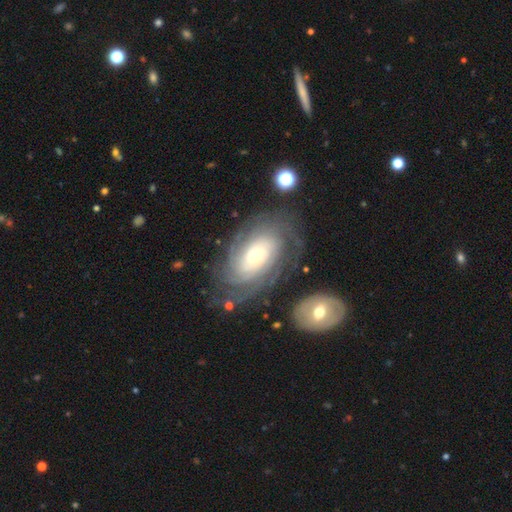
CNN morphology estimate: Smooth or featured: featured or disk — 84% (smooth — 10%)
Edge-on disk: no — 96% (yes — 4%)
Bar: no — 74% (weak — 20%)
Spiral arms: yes — 95% (no — 5%)
Spiral winding: tight — 75% (medium — 20%)
Spiral arm count: can't tell — 36% (4 — 20%)
Bulge size: small — 49% (moderate — 39%)
Merging: none — 72% (minor disturbance — 15%)